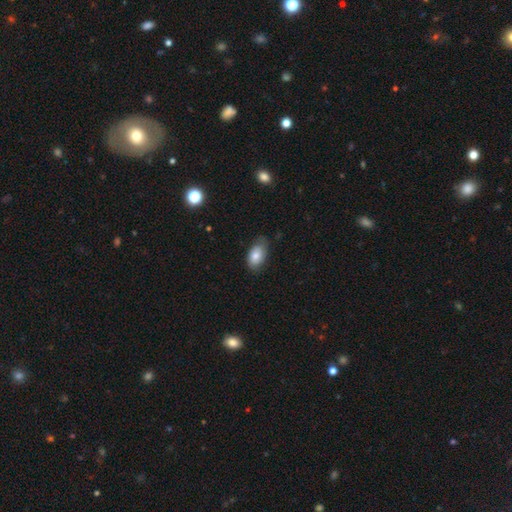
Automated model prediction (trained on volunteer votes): smooth-or-featured: smooth: 77% | featured or disk: 16% | star or artifact: 7%
  how-rounded: in between: 92% | round: 7% | cigar-shaped: 2%
  merging: none: 67% | minor disturbance: 27% | major disturbance: 5% | merger: 1%